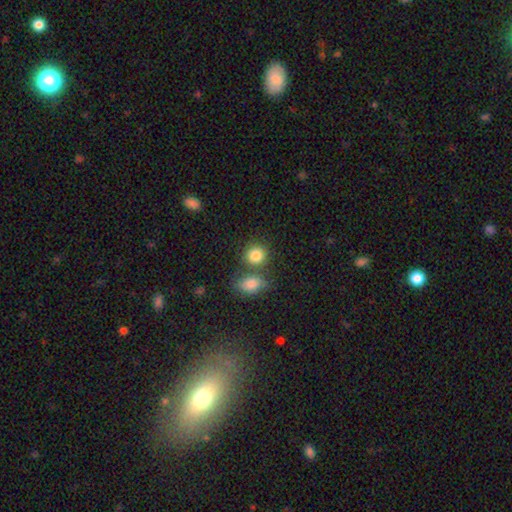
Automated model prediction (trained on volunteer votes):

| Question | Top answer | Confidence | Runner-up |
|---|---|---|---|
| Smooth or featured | smooth | 85% | star or artifact (9%) |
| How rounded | round | 75% | in between (24%) |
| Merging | none | 62% | merger (24%) |